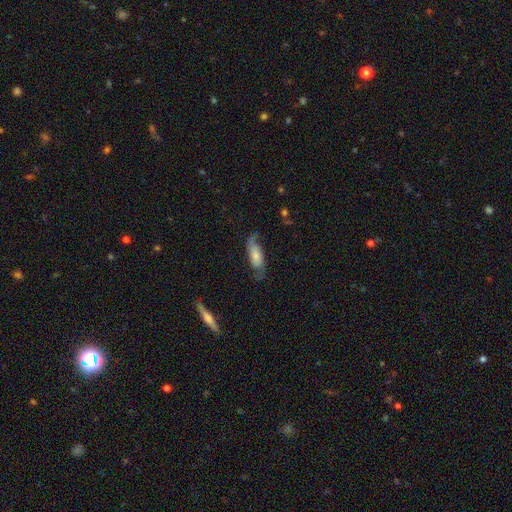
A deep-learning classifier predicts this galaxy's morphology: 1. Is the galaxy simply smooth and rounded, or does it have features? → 57% featured or disk, 36% smooth, 7% star or artifact.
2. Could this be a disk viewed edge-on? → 87% no, 13% yes.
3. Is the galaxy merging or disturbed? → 60% none, 24% minor disturbance, 14% major disturbance, 2% merger.